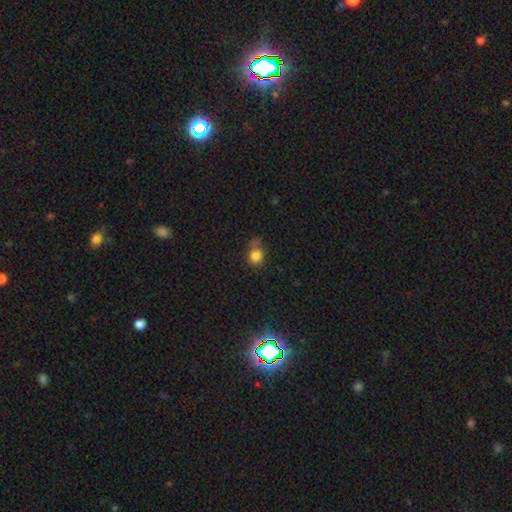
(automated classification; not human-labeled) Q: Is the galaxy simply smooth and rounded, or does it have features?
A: smooth — 81%.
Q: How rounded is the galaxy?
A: round — 74%.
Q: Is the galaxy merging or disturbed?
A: none — 50%.